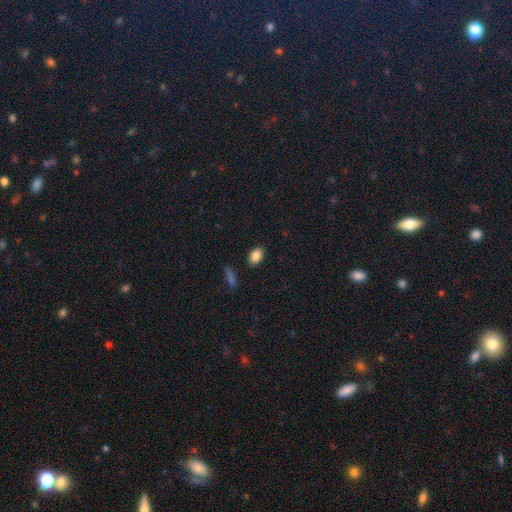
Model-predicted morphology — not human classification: The model was most divided on "how rounded": in between: 86%, round: 12%, cigar-shaped: 2%. More confident: merging — none (88%); smooth or featured — smooth (86%).